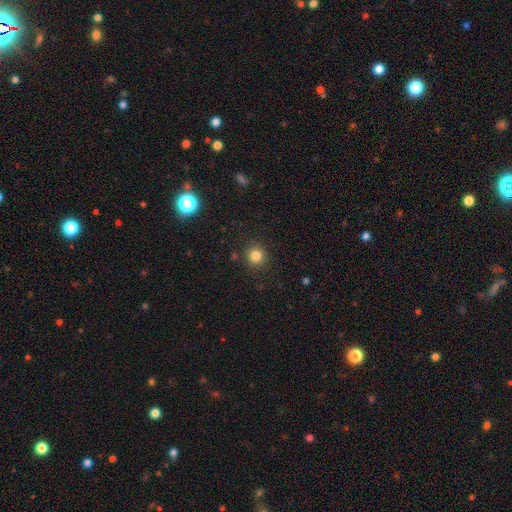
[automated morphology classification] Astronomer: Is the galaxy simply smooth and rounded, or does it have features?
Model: smooth — 82%.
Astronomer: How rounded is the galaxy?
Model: round — 92%.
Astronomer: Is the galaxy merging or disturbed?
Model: none — 89%.